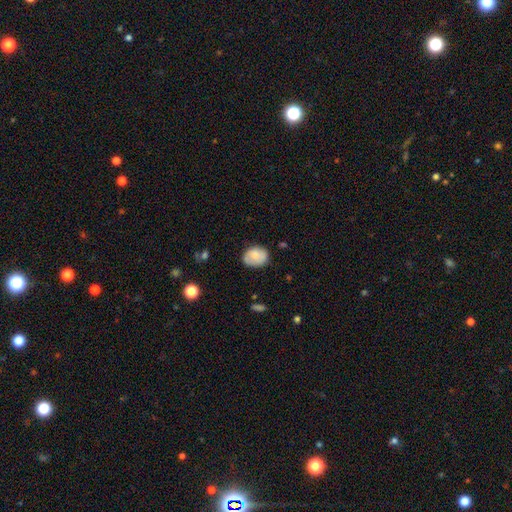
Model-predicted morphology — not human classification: Q: Smooth or featured?
A: smooth (74%); runner-up: featured or disk (18%)
Q: How rounded?
A: in between (61%); runner-up: round (38%)
Q: Merging?
A: none (70%); runner-up: minor disturbance (23%)